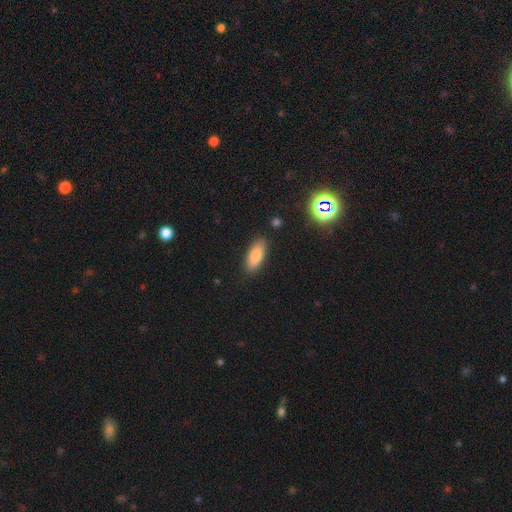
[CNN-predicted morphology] smooth-or-featured: smooth: 83% | star or artifact: 9% | featured or disk: 8%
  how-rounded: in between: 76% | cigar-shaped: 21% | round: 2%
  merging: none: 86% | minor disturbance: 10% | major disturbance: 2% | merger: 2%